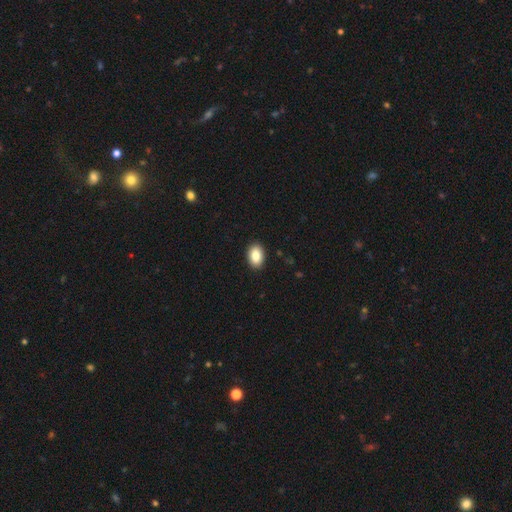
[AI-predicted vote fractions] Morphology: type=smooth (86%); roundness=in between (85%); merging=none (91%).